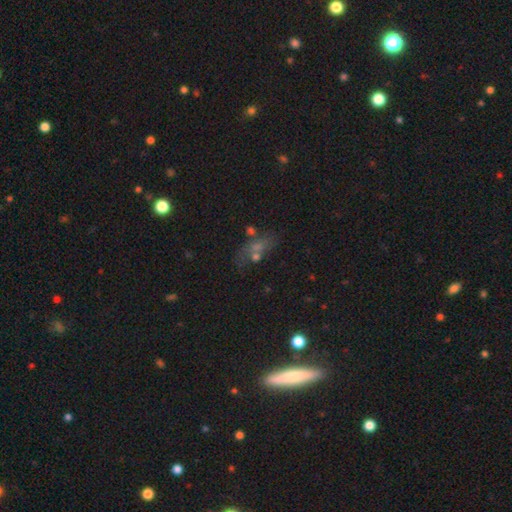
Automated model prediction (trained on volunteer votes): Smooth or featured? Predicted: smooth (p=0.45). Merging? Predicted: none (p=0.53).